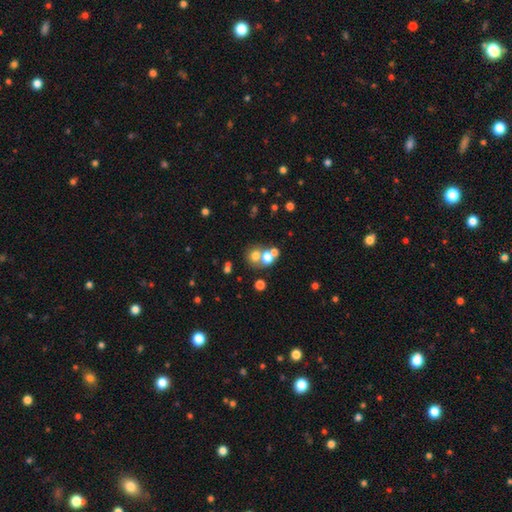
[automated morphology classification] smooth 66%, featured or disk 17%, star or artifact 17%. Down the decision tree: how rounded — round (71%); merging — merger (46%).